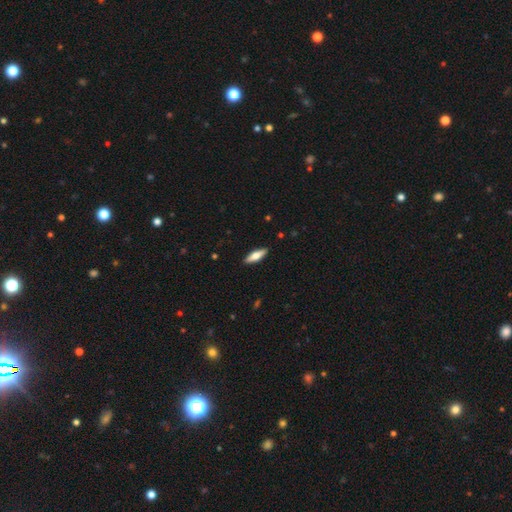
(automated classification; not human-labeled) This is likely a smooth galaxy (61%). How rounded: possibly cigar-shaped (52%). Merging: clearly none (90%).